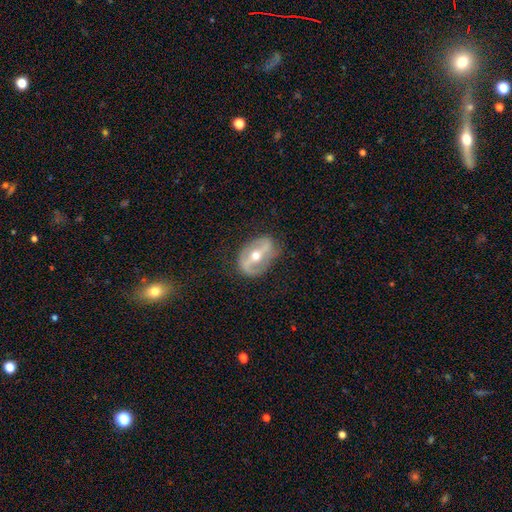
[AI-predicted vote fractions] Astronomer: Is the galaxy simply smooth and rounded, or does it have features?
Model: featured or disk — 80%.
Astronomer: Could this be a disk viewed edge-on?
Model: no — 93%.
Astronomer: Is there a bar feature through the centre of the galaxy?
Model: strong — 59%.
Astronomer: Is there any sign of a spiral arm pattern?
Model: yes — 77%.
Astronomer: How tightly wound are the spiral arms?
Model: loose — 40% (runner-up: medium, 39%).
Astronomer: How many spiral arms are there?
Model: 2 — 84%.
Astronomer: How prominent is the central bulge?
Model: moderate — 67%.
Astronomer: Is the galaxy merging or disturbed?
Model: none — 73%.